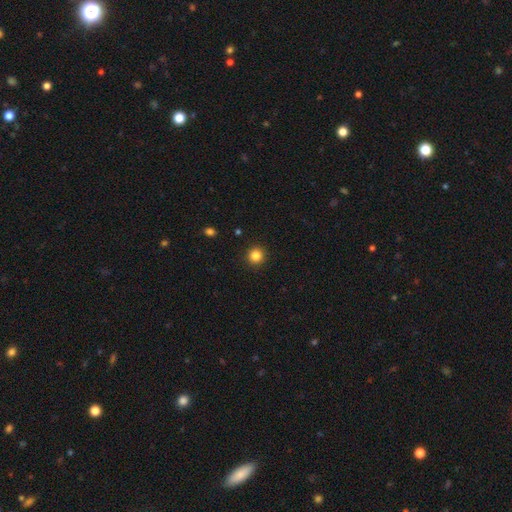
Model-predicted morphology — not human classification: Q: Smooth or featured?
A: smooth (84%); runner-up: star or artifact (12%)
Q: How rounded?
A: round (95%); runner-up: in between (4%)
Q: Merging?
A: none (93%); runner-up: minor disturbance (4%)